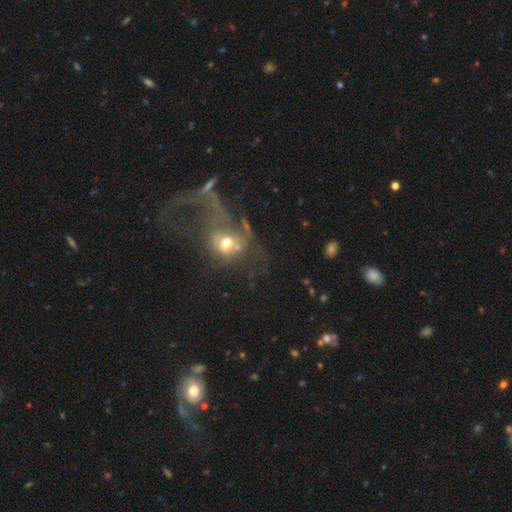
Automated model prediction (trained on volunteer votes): Morphology: type=featured or disk (47%); merging=major disturbance (52%).